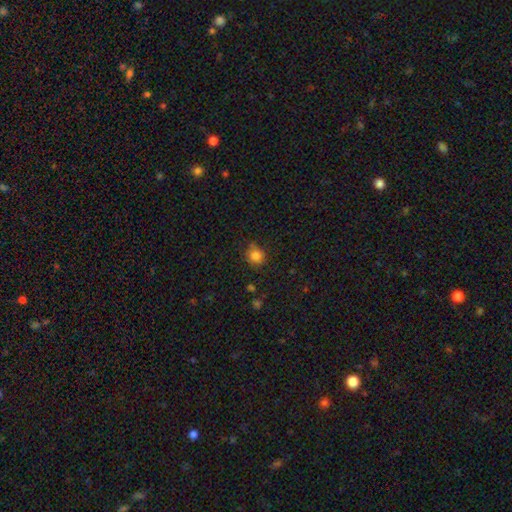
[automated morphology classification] smooth-or-featured: smooth: 83% | star or artifact: 12% | featured or disk: 5%
  how-rounded: round: 87% | in between: 12% | cigar-shaped: 1%
  merging: none: 78% | minor disturbance: 16% | major disturbance: 3% | merger: 3%